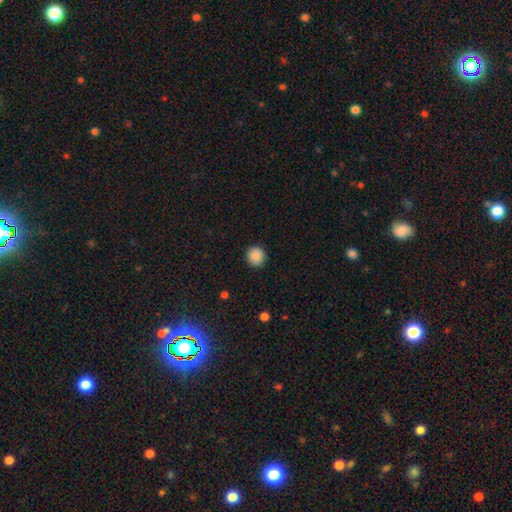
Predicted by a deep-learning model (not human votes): This appears to be a smooth galaxy with no disk features (88%) that is round (92%). Merging: none (92%).